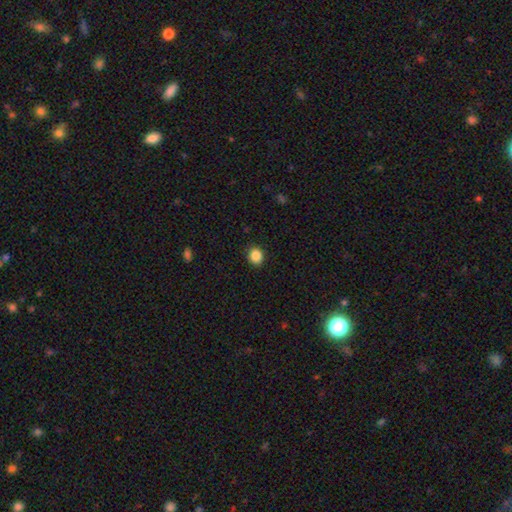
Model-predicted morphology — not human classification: A smooth galaxy with no disk features (87%) that is round (80%). Merging: none (90%).